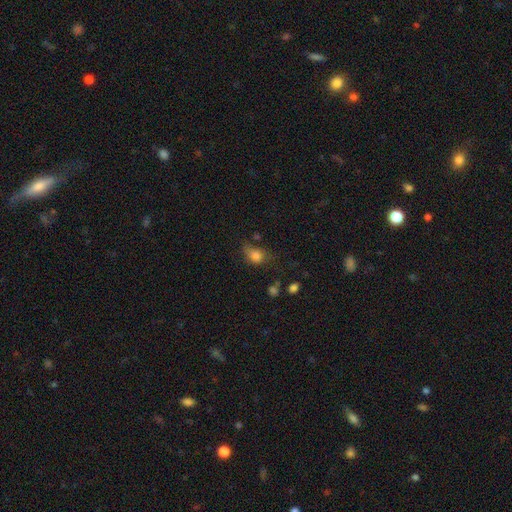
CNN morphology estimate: This is likely a smooth galaxy (77%). How rounded: likely in between (61%). Merging: marginally none (43%).